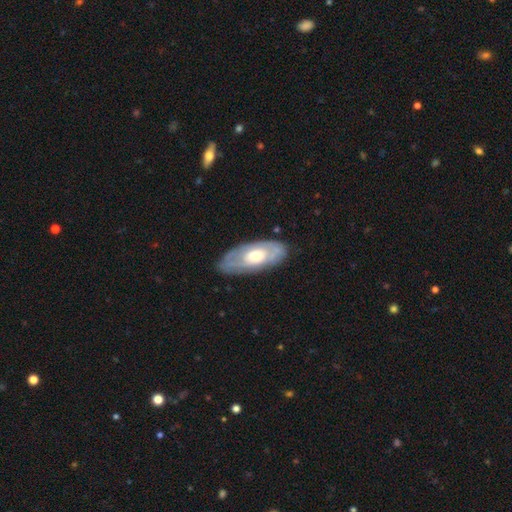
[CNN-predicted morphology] This is likely a featured or disk galaxy (61%). It is clearly not viewed edge-on (83%). Bar: clearly no (80%). Spiral arm pattern: possibly yes (51%). Central bulge: possibly moderate (50%). Merging: likely none (78%).